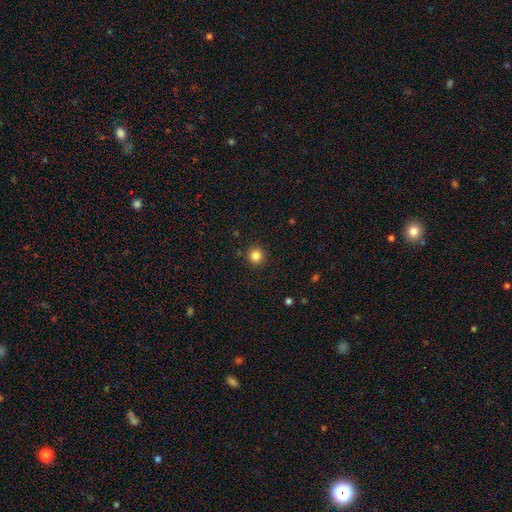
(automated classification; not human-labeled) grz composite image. It shows a smooth galaxy with no disk features (84%) that is round (94%). Merging: none (91%).